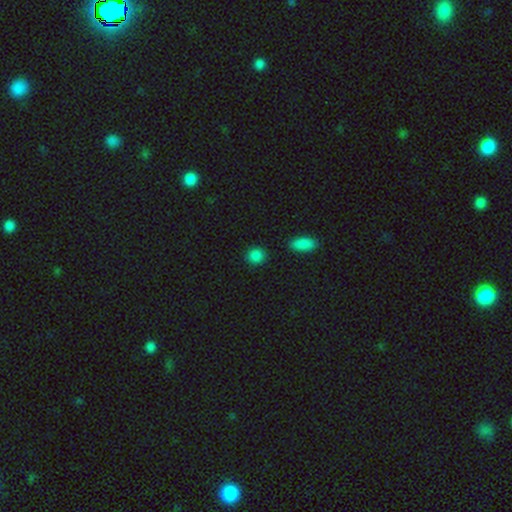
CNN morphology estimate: Smooth or featured: smooth — 86% (star or artifact — 11%)
How rounded: round — 83% (in between — 15%)
Merging: none — 88% (minor disturbance — 7%)